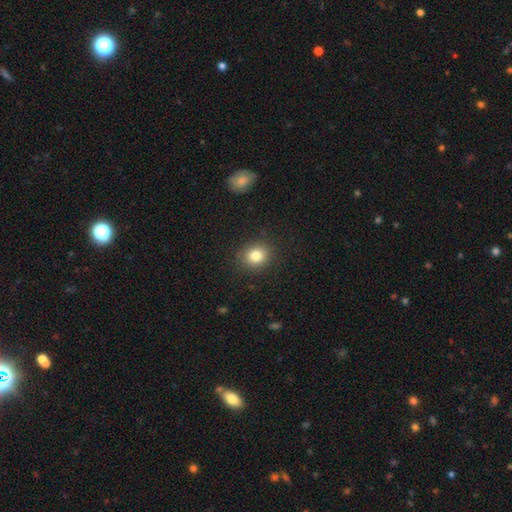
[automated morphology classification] A smooth galaxy with no disk features (82%) that is round (73%).

Vote fractions:
- Smooth or featured? smooth: 82% / star or artifact: 11% / featured or disk: 7%
- How rounded? round: 73% / in between: 26% / cigar-shaped: 1%
- Merging? none: 88% / minor disturbance: 8% / major disturbance: 3% / merger: 1%